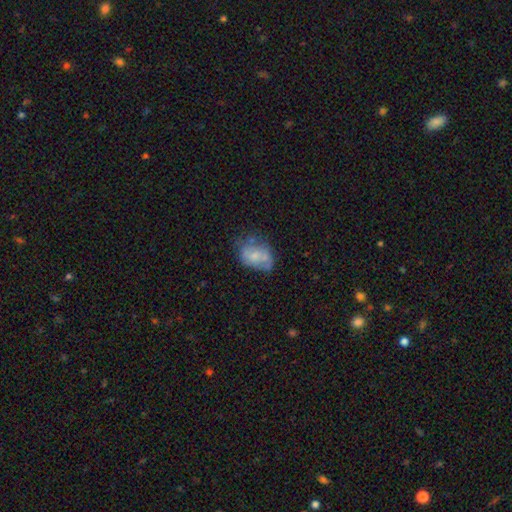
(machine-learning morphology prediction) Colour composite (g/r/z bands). It shows a smooth galaxy with no disk features (55%) that is in between round and cigar-shaped (76%). Merging: none (40%).